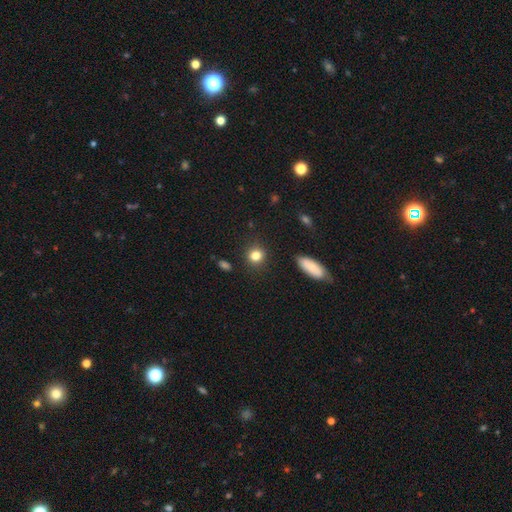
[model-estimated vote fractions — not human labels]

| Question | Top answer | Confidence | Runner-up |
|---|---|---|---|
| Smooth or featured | smooth | 83% | star or artifact (11%) |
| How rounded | round | 83% | in between (16%) |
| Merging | none | 88% | minor disturbance (8%) |